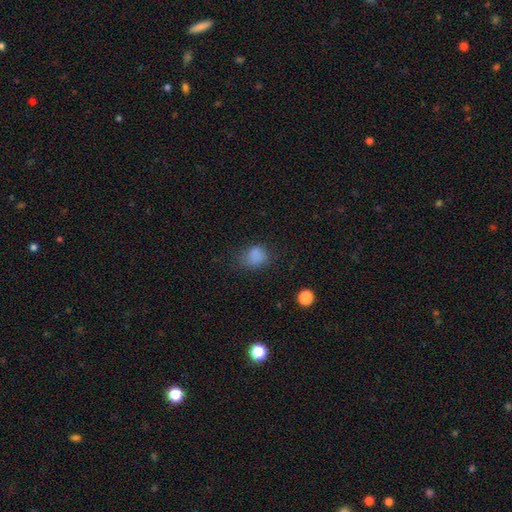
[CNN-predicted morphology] Smooth or featured: smooth — 81% (star or artifact — 13%)
How rounded: round — 54% (in between — 45%)
Merging: none — 60% (minor disturbance — 26%)